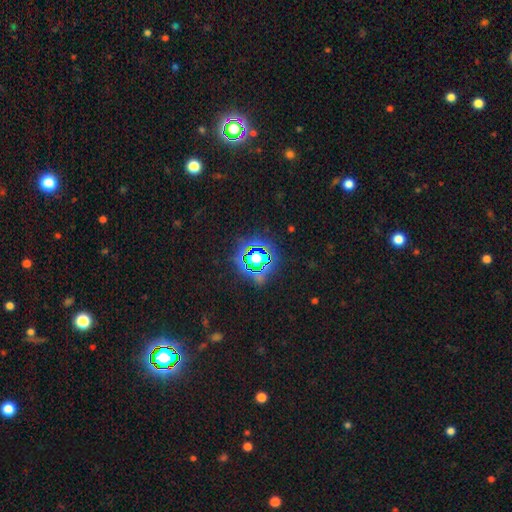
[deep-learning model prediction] A star or artifact, not a galaxy (73%).